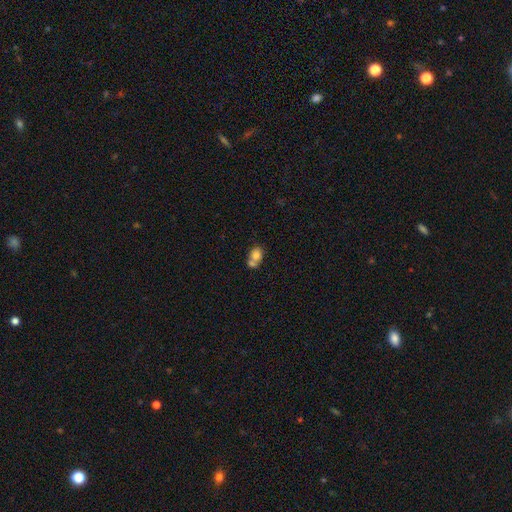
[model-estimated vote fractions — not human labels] Smooth or featured?
  - smooth: 76% *
  - featured or disk: 14%
  - star or artifact: 10%
How rounded?
  - round: 54% *
  - in between: 45%
  - cigar-shaped: 1%
Merging?
  - merger: 58% *
  - none: 30%
  - minor disturbance: 8%
  - major disturbance: 4%